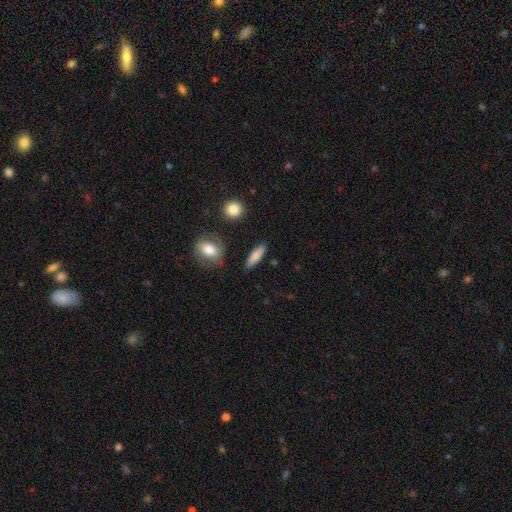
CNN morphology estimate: Smooth or featured? Predicted: smooth (p=0.79). How rounded? Predicted: cigar-shaped (p=0.65). Merging? Predicted: none (p=0.87).